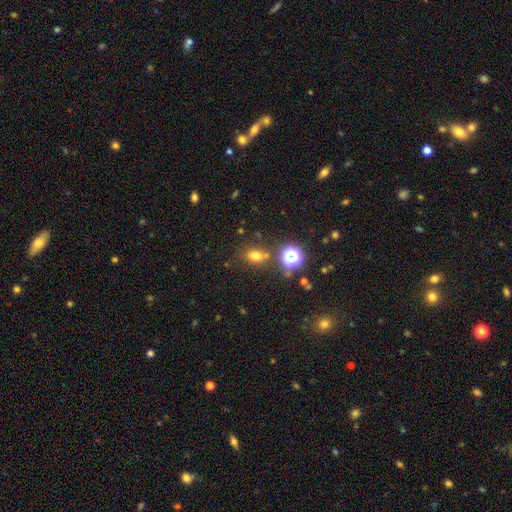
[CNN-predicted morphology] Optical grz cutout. It shows a smooth galaxy with no disk features (70%) that is in between round and cigar-shaped (62%). Merging: none (74%).